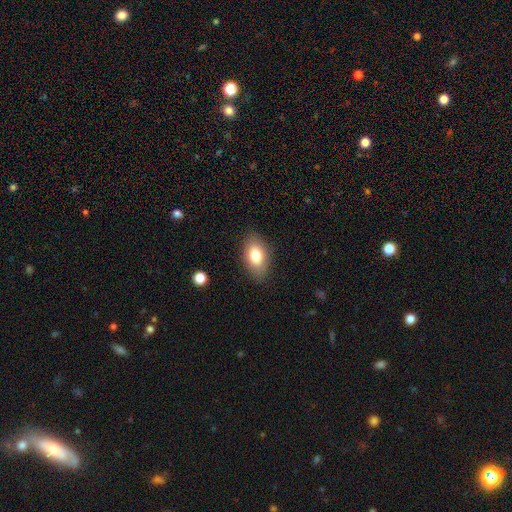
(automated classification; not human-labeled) The model was most divided on "smooth or featured": smooth: 79%, featured or disk: 13%, star or artifact: 8%. More confident: how rounded — in between (91%); merging — none (85%).